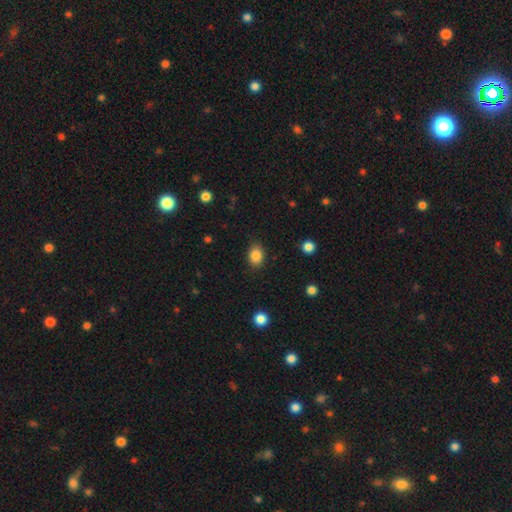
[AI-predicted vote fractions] Smooth or featured? smooth (86%)
How rounded? in between (62%)
Merging? none (85%)